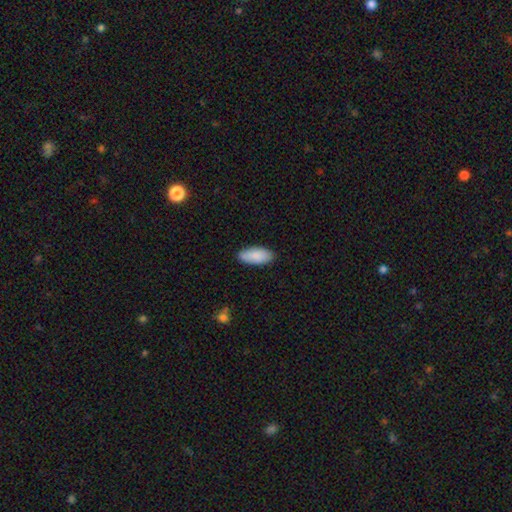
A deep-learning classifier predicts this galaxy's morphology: Smooth or featured: smooth — 89% (featured or disk — 6%)
How rounded: in between — 87% (cigar-shaped — 11%)
Merging: none — 87% (minor disturbance — 11%)